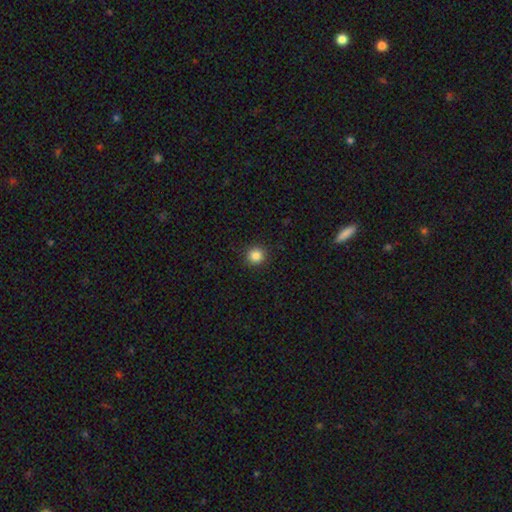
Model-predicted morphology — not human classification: Smooth or featured? smooth (85%)
How rounded? round (93%)
Merging? none (92%)